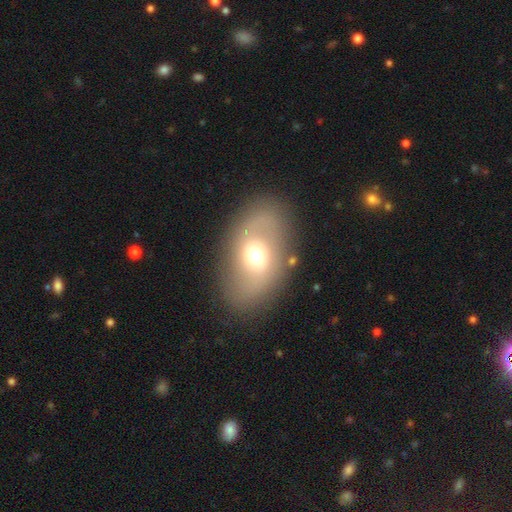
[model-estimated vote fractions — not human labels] Q: Smooth or featured?
A: featured or disk (45%); tied with: smooth (45%)
Q: Merging?
A: none (81%); runner-up: minor disturbance (11%)